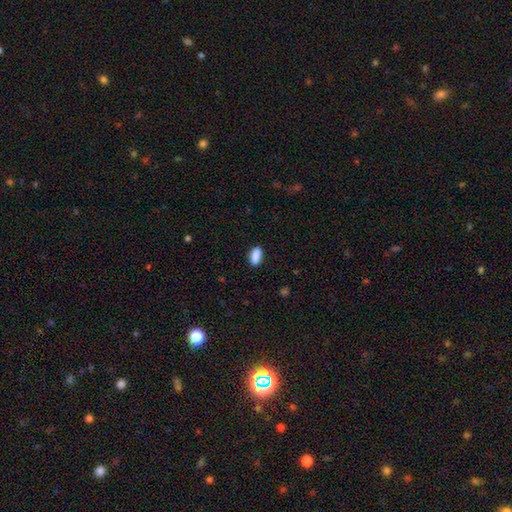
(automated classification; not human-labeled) Smooth or featured: smooth — 88% (star or artifact — 7%)
How rounded: in between — 84% (cigar-shaped — 13%)
Merging: none — 87% (minor disturbance — 10%)